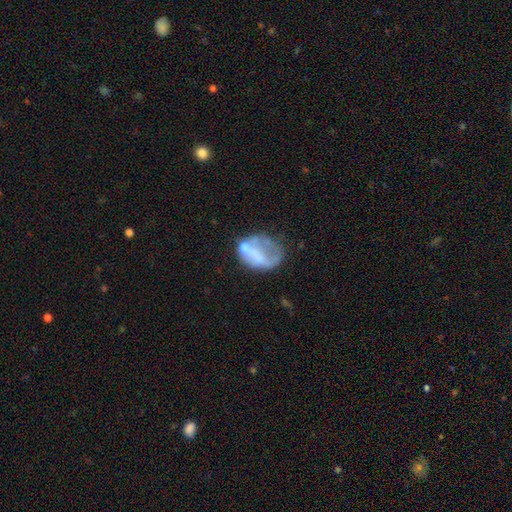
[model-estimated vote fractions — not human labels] The model was most divided on "merging": major disturbance: 33%, none: 31%, minor disturbance: 22%, merger: 13%. Remaining: smooth or featured — featured or disk (49%).